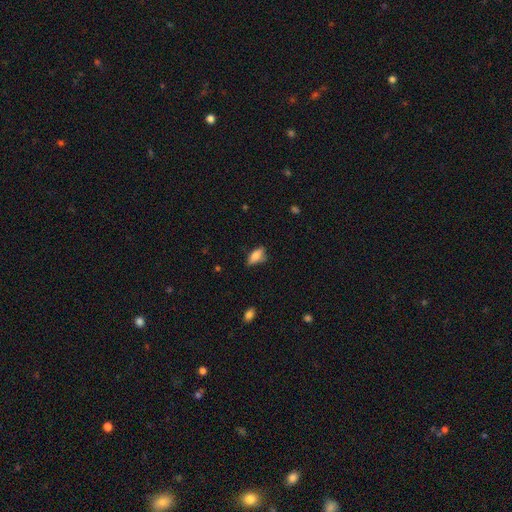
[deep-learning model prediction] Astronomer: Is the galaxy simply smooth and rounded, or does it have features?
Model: smooth — 74%.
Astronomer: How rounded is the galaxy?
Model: in between — 83%.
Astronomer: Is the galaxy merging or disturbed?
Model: none — 60%.